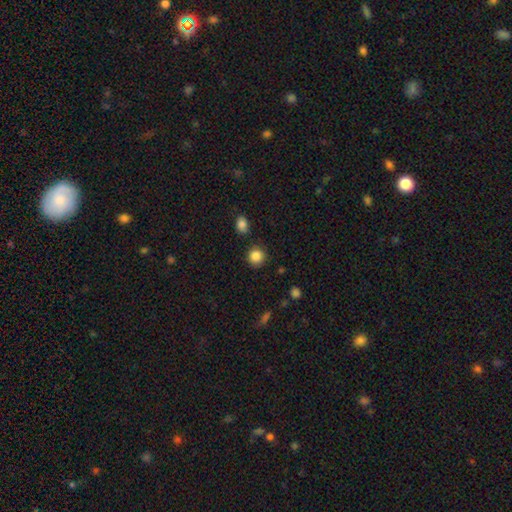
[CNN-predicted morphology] Smooth or featured?
  - smooth: 86% *
  - star or artifact: 10%
  - featured or disk: 4%
How rounded?
  - round: 90% *
  - in between: 9%
  - cigar-shaped: 1%
Merging?
  - none: 86% *
  - minor disturbance: 9%
  - merger: 3%
  - major disturbance: 3%